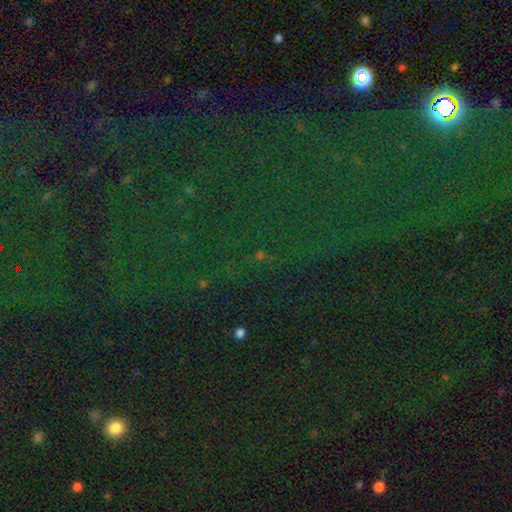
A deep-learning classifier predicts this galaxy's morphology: Smooth or featured? star or artifact (82%)